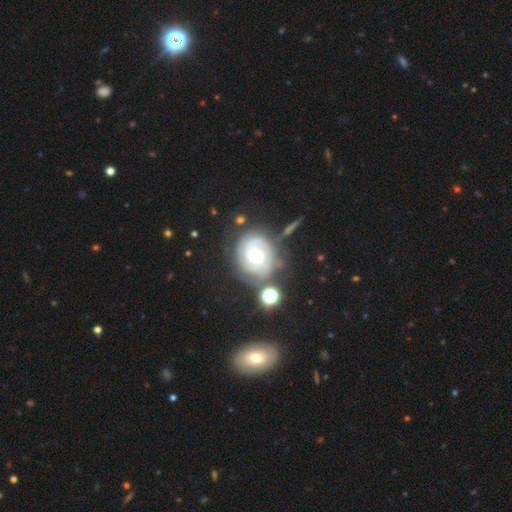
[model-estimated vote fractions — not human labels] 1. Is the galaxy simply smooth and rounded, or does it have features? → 77% featured or disk, 15% smooth, 8% star or artifact.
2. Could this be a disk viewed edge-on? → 97% no, 3% yes.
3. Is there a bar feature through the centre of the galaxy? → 68% no, 26% weak, 6% strong.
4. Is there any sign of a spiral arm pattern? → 91% yes, 9% no.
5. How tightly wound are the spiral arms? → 68% tight, 25% medium, 8% loose.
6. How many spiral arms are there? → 41% 2, 31% can't tell, 11% 1, 11% 3, 3% 4, 3% more than 4.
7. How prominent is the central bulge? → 53% moderate, 21% small, 21% large, 3% dominant, 2% none.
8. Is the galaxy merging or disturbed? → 58% none, 20% minor disturbance, 14% major disturbance, 9% merger.